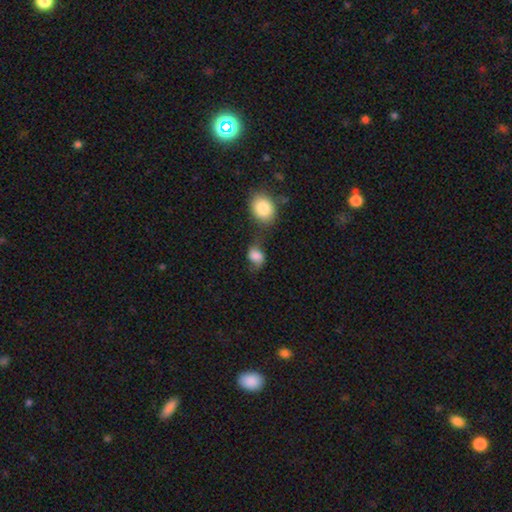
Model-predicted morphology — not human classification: Q: Smooth or featured?
A: smooth (70%); runner-up: featured or disk (20%)
Q: How rounded?
A: in between (63%); runner-up: round (35%)
Q: Merging?
A: none (39%); runner-up: merger (24%)